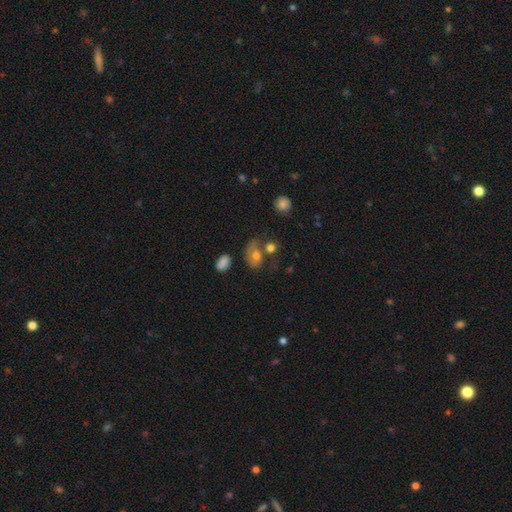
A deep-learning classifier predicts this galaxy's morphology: Overall: smooth (64%; featured or disk 24%). How rounded: in between (66%; round 33%). Merging: none (36%; merger 26%).